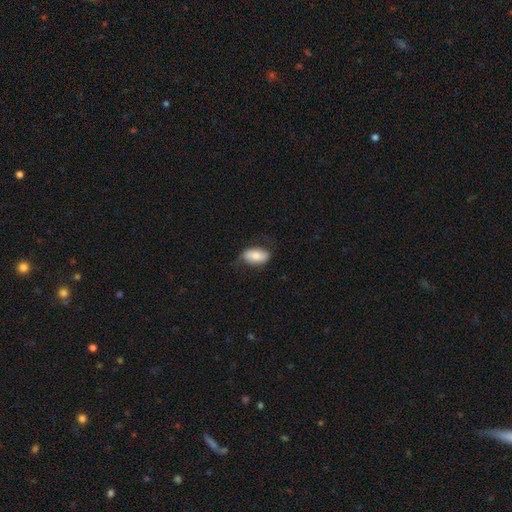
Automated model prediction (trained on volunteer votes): Q: Smooth or featured?
A: smooth (74%); runner-up: featured or disk (20%)
Q: How rounded?
A: in between (93%); runner-up: round (4%)
Q: Merging?
A: none (68%); runner-up: minor disturbance (23%)